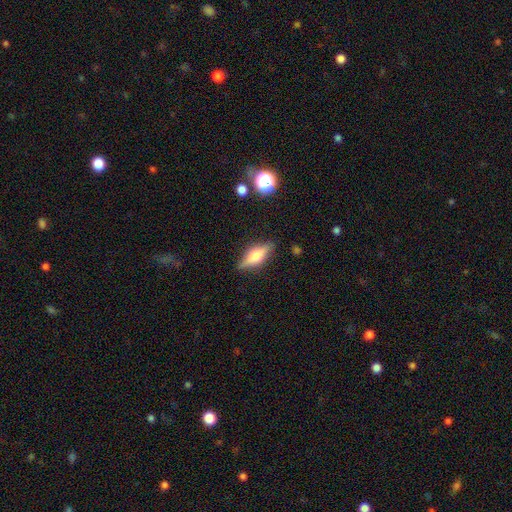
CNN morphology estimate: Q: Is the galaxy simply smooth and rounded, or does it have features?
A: featured or disk — 52%.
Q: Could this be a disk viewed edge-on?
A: yes — 92%.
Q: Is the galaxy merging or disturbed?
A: none — 85%.